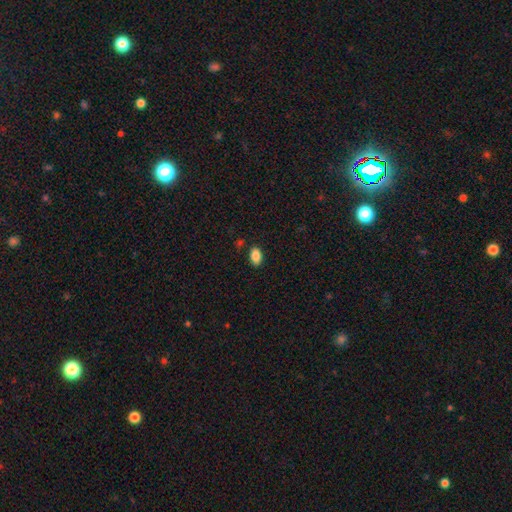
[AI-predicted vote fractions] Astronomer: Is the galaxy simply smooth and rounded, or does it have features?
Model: smooth — 88%.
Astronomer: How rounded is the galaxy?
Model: in between — 90%.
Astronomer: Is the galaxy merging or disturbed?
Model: none — 84%.